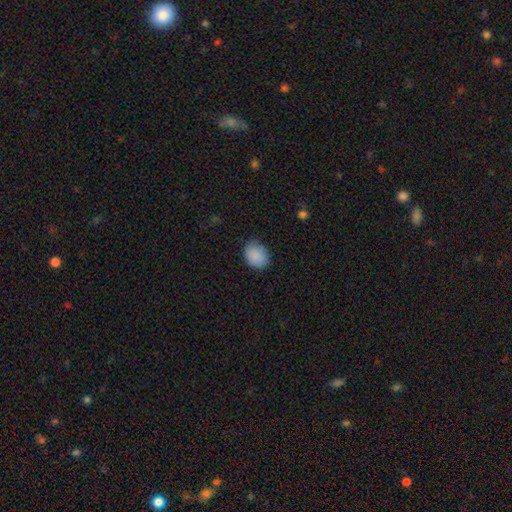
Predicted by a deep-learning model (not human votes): Overall: smooth (88%). How rounded: in between (51%; round 48%). Merging: none (80%).